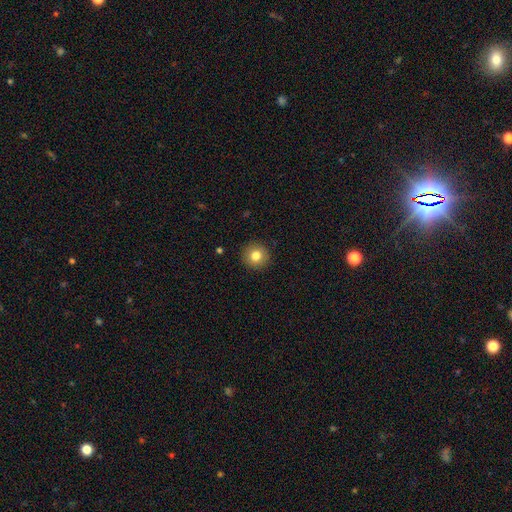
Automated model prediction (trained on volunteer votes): Smooth or featured?
  - smooth: 81% *
  - star or artifact: 10%
  - featured or disk: 9%
How rounded?
  - round: 94% *
  - in between: 5%
  - cigar-shaped: 1%
Merging?
  - none: 92% *
  - minor disturbance: 6%
  - major disturbance: 2%
  - merger: 1%